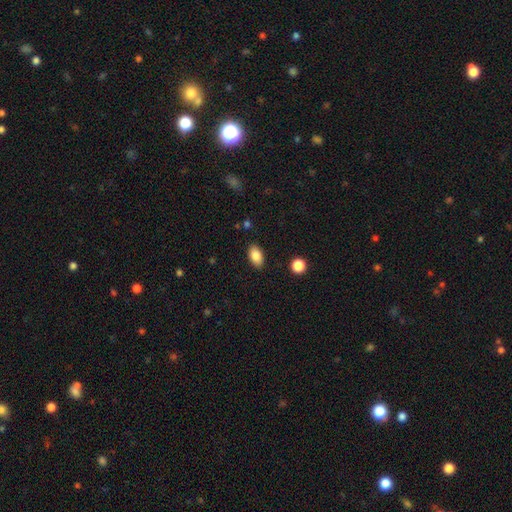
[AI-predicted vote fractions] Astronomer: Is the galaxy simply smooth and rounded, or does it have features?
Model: smooth — 85%.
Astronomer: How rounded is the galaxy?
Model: in between — 92%.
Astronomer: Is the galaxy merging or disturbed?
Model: none — 87%.